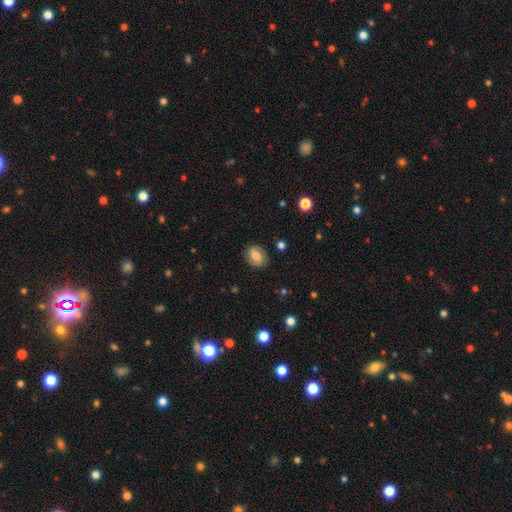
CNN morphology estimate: Overall: smooth (65%; featured or disk 26%). How rounded: in between (63%; round 36%). Merging: none (82%).